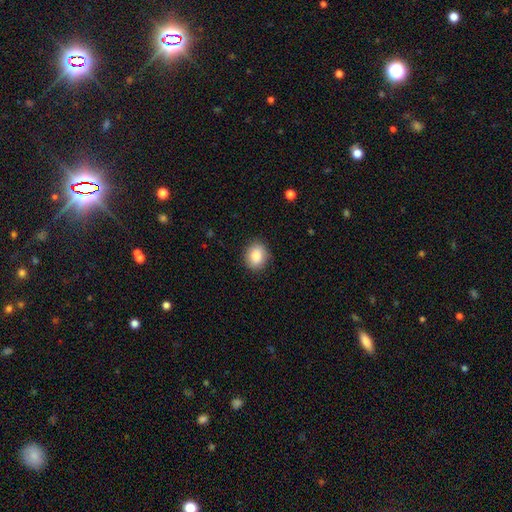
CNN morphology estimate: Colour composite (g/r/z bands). It shows a smooth galaxy with no disk features (83%) that is round (63%). Merging: none (88%).